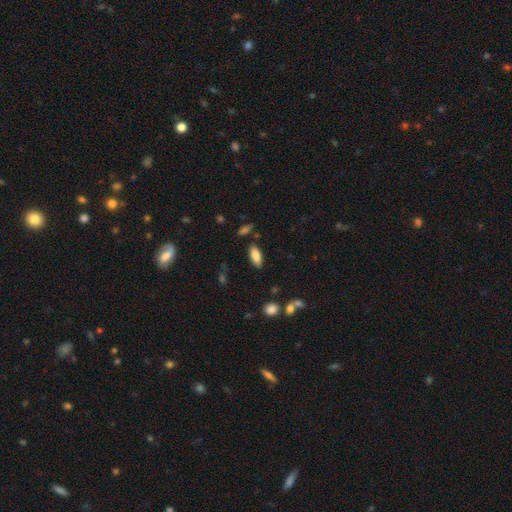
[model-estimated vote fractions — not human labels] Morphology: type=smooth (85%); roundness=in between (85%); merging=none (83%).